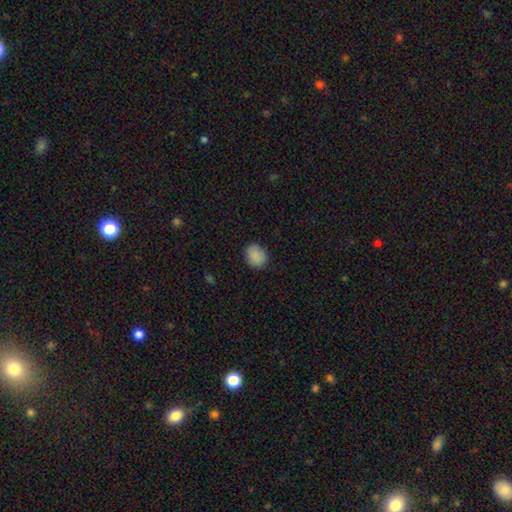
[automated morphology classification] This appears to be a smooth galaxy with no disk features (88%) that is in between round and cigar-shaped (50%). Merging: none (84%).